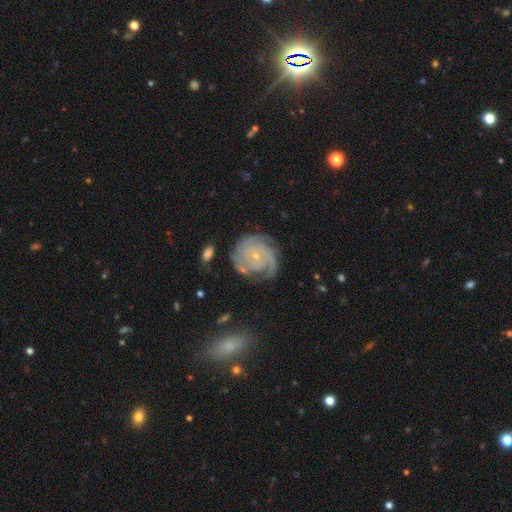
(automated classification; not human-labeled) smooth-or-featured: featured or disk: 83% | smooth: 11% | star or artifact: 6%
  disk-edge-on: no: 98% | yes: 2%
    bar: no: 78% | weak: 19% | strong: 4%
    has-spiral-arms: yes: 95% | no: 5%
      spiral-winding: tight: 69% | medium: 24% | loose: 6%
      spiral-arm-count: 3: 28% | can't tell: 27% | 2: 19% | 4: 12% | 1: 7% | more than 4: 6%
    bulge-size: small: 81% | moderate: 14% | none: 2% | large: 1% | dominant: 1%
  merging: none: 65% | minor disturbance: 21% | major disturbance: 10% | merger: 4%